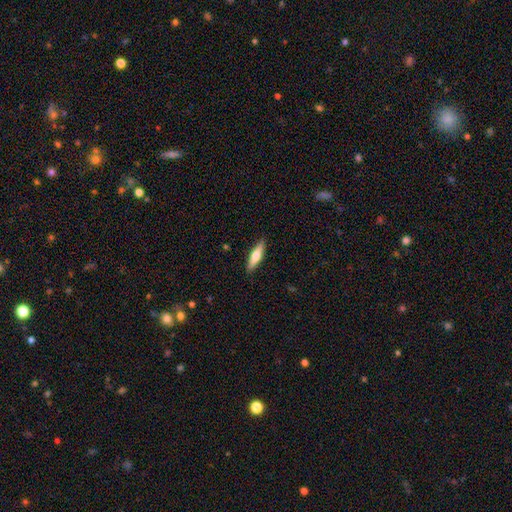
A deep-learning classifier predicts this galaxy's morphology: This appears to be a smooth galaxy with no disk features (57%) that is cigar-shaped (68%). Merging: none (90%).